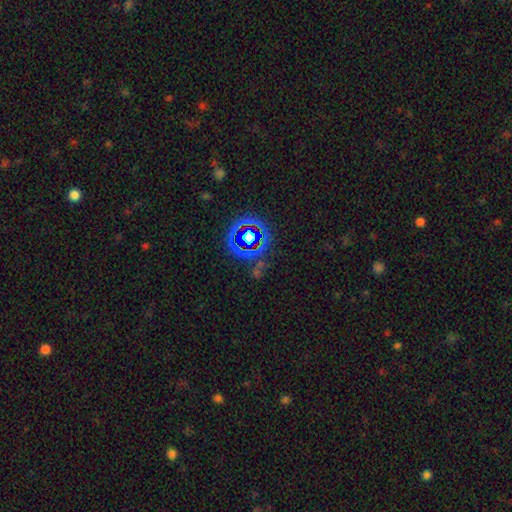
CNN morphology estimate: star or artifact 68%, featured or disk 16%, smooth 16%.